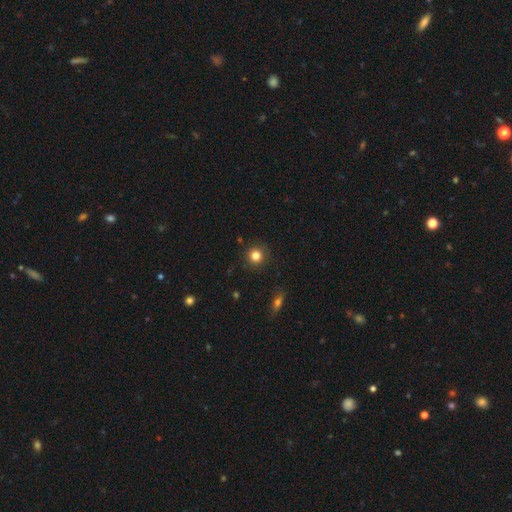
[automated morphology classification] Overall: smooth (82%). How rounded: round (93%). Merging: none (89%).